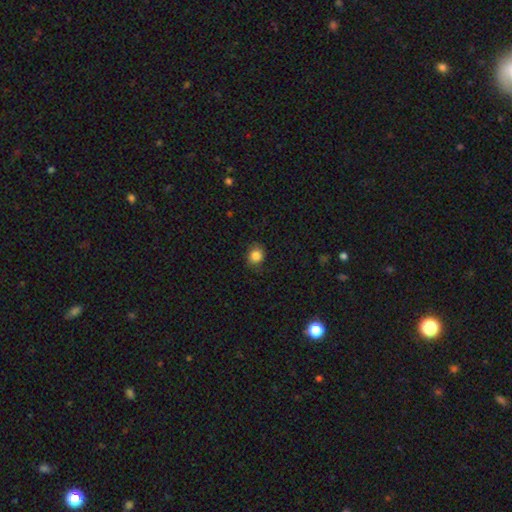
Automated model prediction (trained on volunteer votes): smooth_or_featured: smooth (p=0.85) [alt: star or artifact p=0.10]
how_rounded: round (p=0.76) [alt: in between p=0.23]
merging: none (p=0.77) [alt: minor disturbance p=0.17]